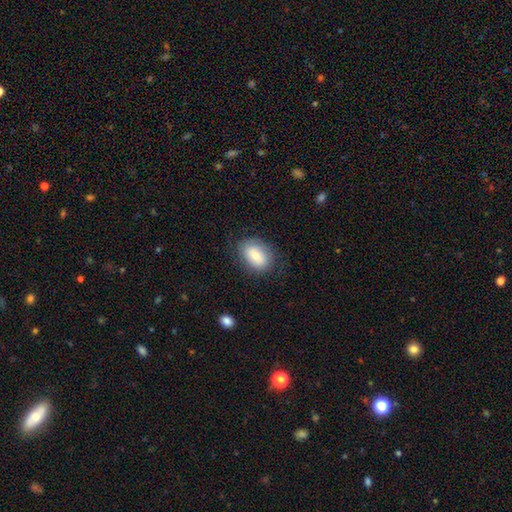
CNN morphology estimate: A smooth galaxy with no disk features (75%) that is in between round and cigar-shaped (82%). Merging: none (77%).